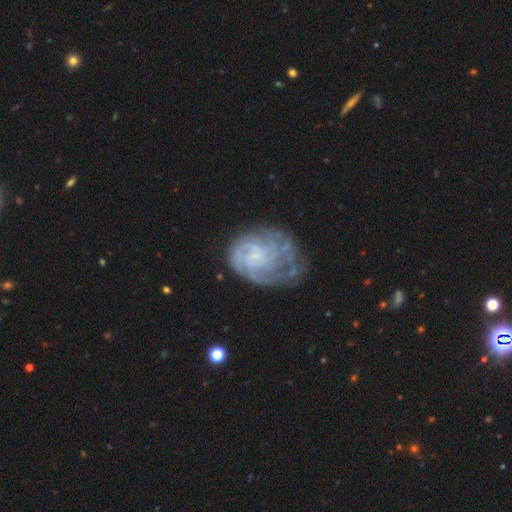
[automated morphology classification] Overall: featured or disk (71%). Edge-on disk: no (98%). Bar: no (72%). Spiral arms: yes (84%). Spiral arm count: can't tell (47%; 2 17%). Spiral winding: tight (56%; medium 30%). Bulge size: none (46%; small 39%). Merging: none (49%; minor disturbance 27%).